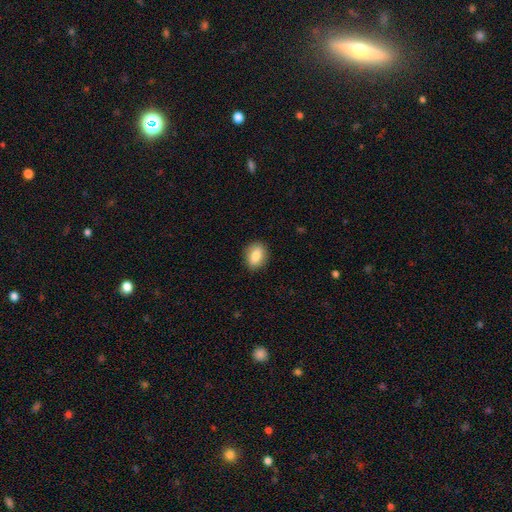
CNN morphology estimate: The model was most divided on "how rounded": in between: 71%, round: 27%, cigar-shaped: 2%. More confident: merging — none (87%); smooth or featured — smooth (82%).